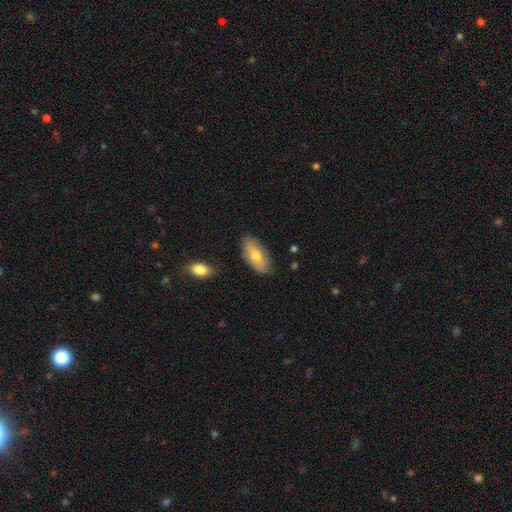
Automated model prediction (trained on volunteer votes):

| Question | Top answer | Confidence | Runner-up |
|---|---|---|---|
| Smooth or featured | smooth | 71% | featured or disk (23%) |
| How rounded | in between | 90% | cigar-shaped (7%) |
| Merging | none | 82% | minor disturbance (13%) |